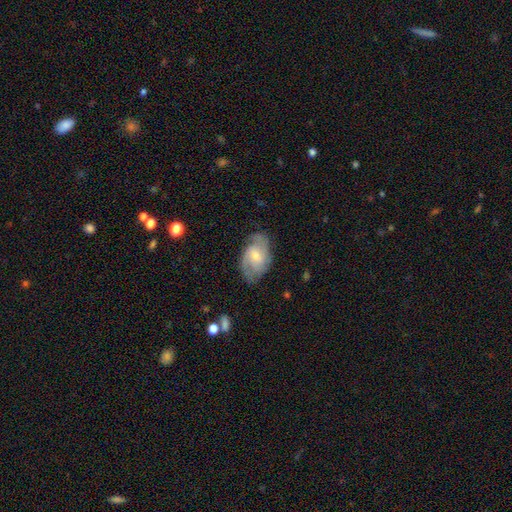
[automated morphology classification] Smooth or featured?
  - featured or disk: 65% *
  - smooth: 28%
  - star or artifact: 6%
Edge-on disk?
  - no: 96% *
  - yes: 4%
Bar?
  - weak: 46% * (tied)
  - no: 46% * (tied)
  - strong: 9%
Spiral arms?
  - yes: 88% *
  - no: 12%
Spiral winding?
  - medium: 46% *
  - tight: 35%
  - loose: 19%
Spiral arm count?
  - 2: 57% *
  - can't tell: 22%
  - 3: 12%
  - 1: 3%
  - 4: 3%
  - more than 4: 2%
Bulge size?
  - small: 48% *
  - moderate: 45%
  - large: 3%
  - none: 3%
  - dominant: 1%
Merging?
  - none: 71% *
  - minor disturbance: 21%
  - major disturbance: 7%
  - merger: 1%